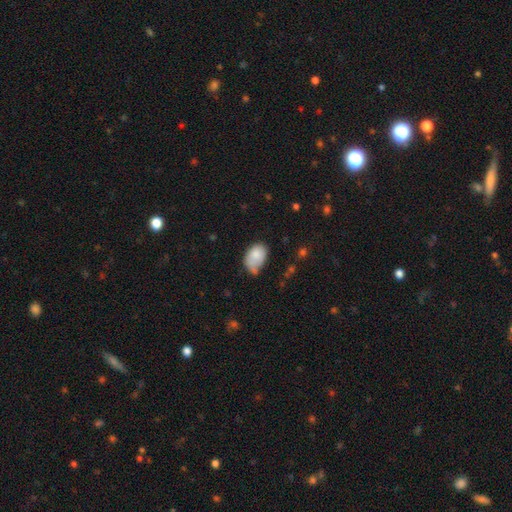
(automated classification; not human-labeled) A smooth galaxy with no disk features (80%) that is in between round and cigar-shaped (85%). Merging: minor disturbance (40%).